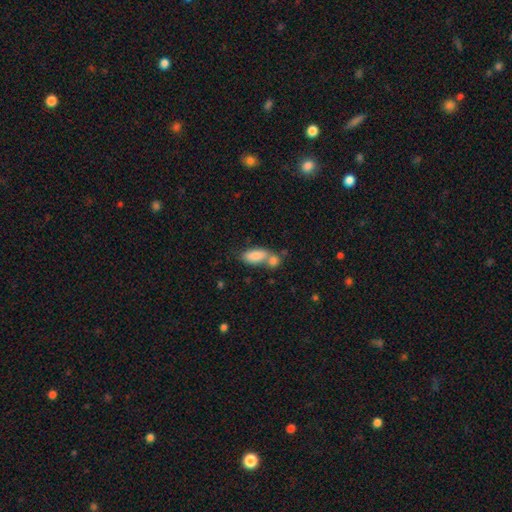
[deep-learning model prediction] A smooth galaxy with no disk features (84%) that is in between round and cigar-shaped (88%). Merging: merger (53%).